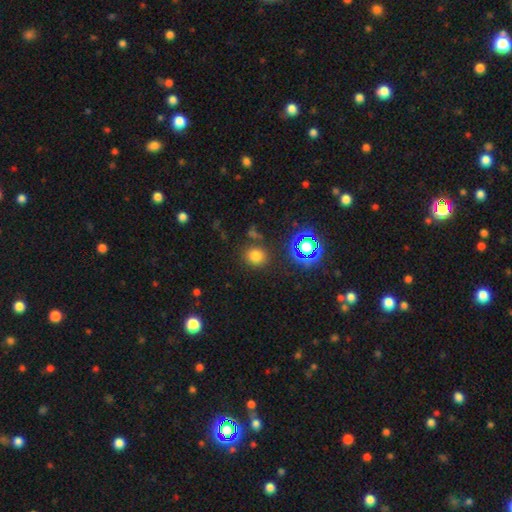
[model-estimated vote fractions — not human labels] Smooth or featured? Predicted: smooth (p=0.72). How rounded? Predicted: round (p=0.85). Merging? Predicted: none (p=0.83).